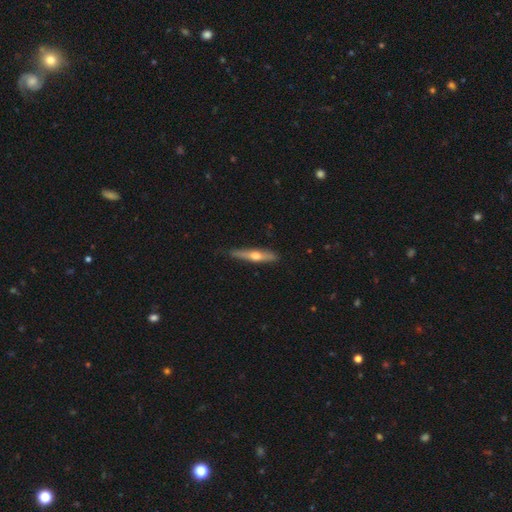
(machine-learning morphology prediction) A featured or disk galaxy (55%) viewed edge-on (94%) with a rounded central bulge (92%). Merging: none (79%).